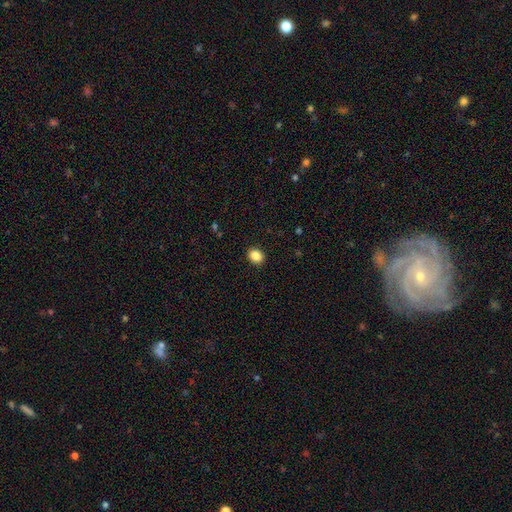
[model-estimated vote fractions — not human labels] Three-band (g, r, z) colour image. It shows a smooth galaxy with no disk features (87%) that is round (52%). Merging: none (91%).